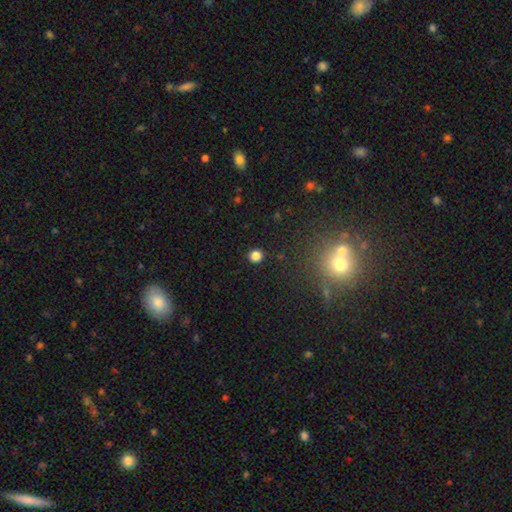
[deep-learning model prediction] smooth 82%, star or artifact 14%, featured or disk 4%. Down the decision tree: how rounded — round (90%); merging — none (92%).